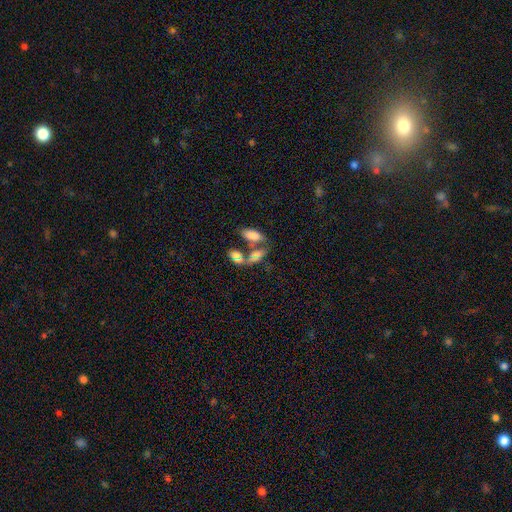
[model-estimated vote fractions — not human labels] Smooth or featured: smooth — 68% (featured or disk — 22%)
How rounded: in between — 84% (cigar-shaped — 11%)
Merging: merger — 52% (none — 27%)